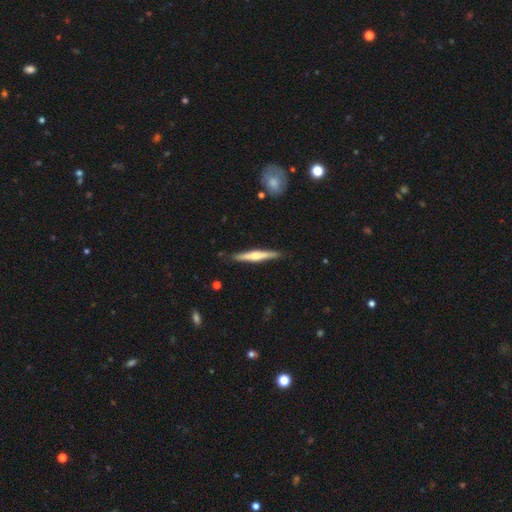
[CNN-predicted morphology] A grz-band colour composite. It shows a featured or disk galaxy (59%) viewed edge-on (97%) with a rounded central bulge (80%). Merging: none (89%).